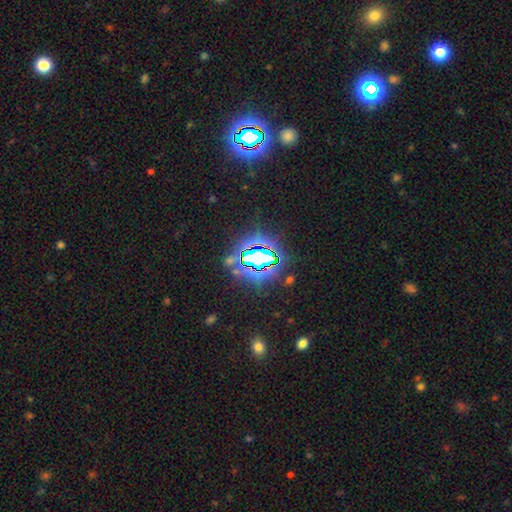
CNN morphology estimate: Smooth or featured? star or artifact (76%)